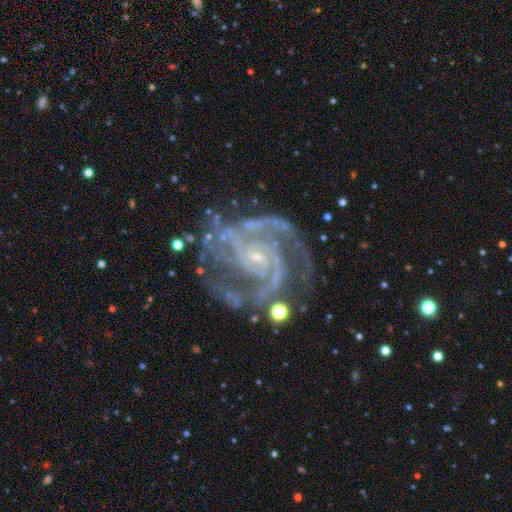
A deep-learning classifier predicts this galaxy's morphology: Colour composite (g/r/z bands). It shows a featured or disk galaxy (91%) with no bar (55%), 3 (32%) tight (49%) spiral arms (98%) and a small central bulge (84%). Merging: none (67%).